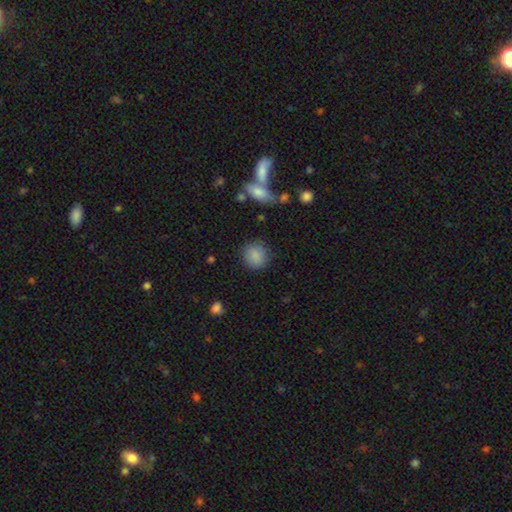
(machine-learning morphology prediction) smooth-or-featured: smooth: 85% | star or artifact: 9% | featured or disk: 6%
  how-rounded: round: 76% | in between: 22% | cigar-shaped: 1%
  merging: none: 81% | minor disturbance: 12% | major disturbance: 4% | merger: 2%